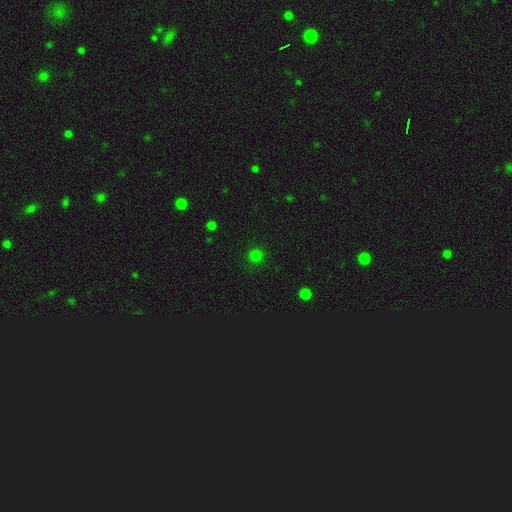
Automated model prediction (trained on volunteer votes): smooth 75%, star or artifact 21%, featured or disk 4%. Down the decision tree: how rounded — round (93%); merging — none (90%).